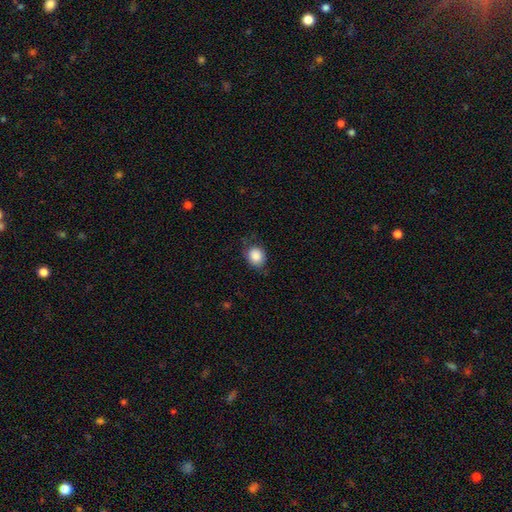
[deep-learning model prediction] Overall: smooth (86%). How rounded: round (61%; in between 38%). Merging: none (72%).